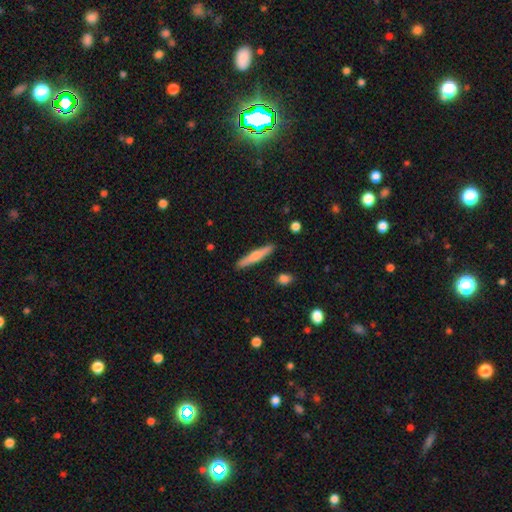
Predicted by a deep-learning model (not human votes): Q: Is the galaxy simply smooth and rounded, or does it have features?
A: smooth — 57%.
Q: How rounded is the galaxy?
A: cigar-shaped — 91%.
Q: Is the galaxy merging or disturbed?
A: none — 89%.